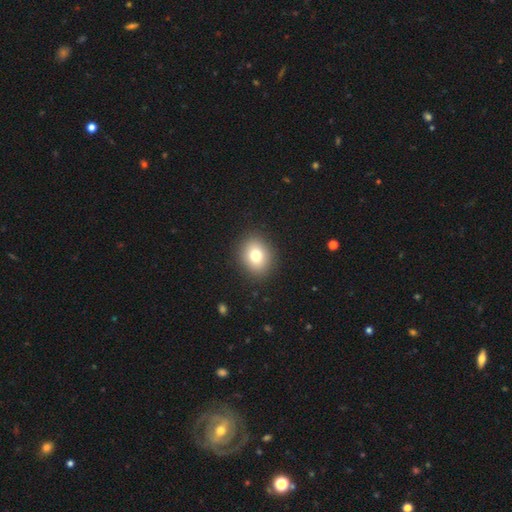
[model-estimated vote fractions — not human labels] Q: Smooth or featured?
A: smooth (78%); runner-up: featured or disk (11%)
Q: How rounded?
A: round (57%); runner-up: in between (43%)
Q: Merging?
A: none (90%); runner-up: minor disturbance (7%)